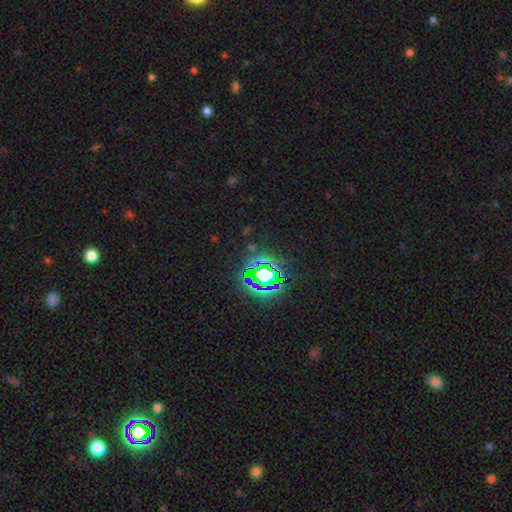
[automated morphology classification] smooth-or-featured: star or artifact: 80% | smooth: 13% | featured or disk: 7%